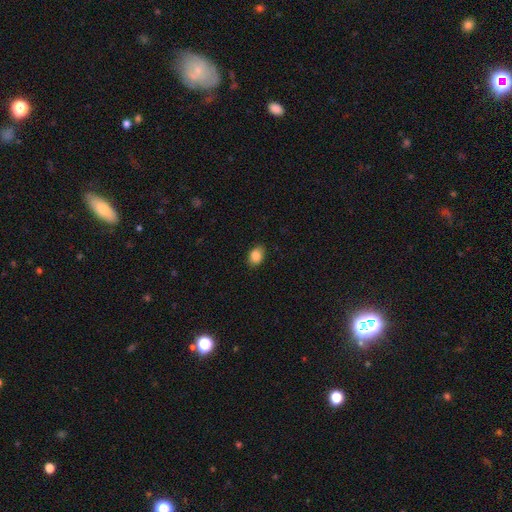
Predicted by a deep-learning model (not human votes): Smooth or featured: smooth — 86% (star or artifact — 8%)
How rounded: in between — 78% (round — 21%)
Merging: none — 83% (minor disturbance — 14%)